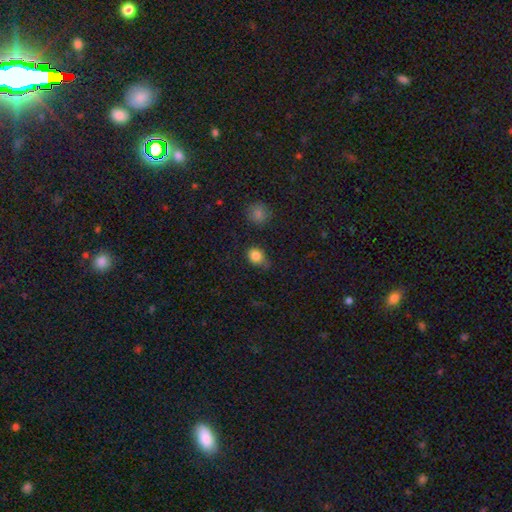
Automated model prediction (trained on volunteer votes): Smooth or featured? smooth (83%)
How rounded? round (60%)
Merging? none (60%)